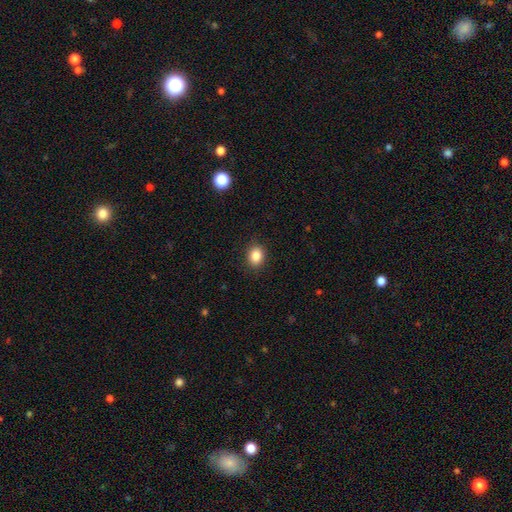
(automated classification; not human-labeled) Smooth or featured: smooth — 85% (star or artifact — 10%)
How rounded: round — 55% (in between — 44%)
Merging: none — 90% (minor disturbance — 7%)